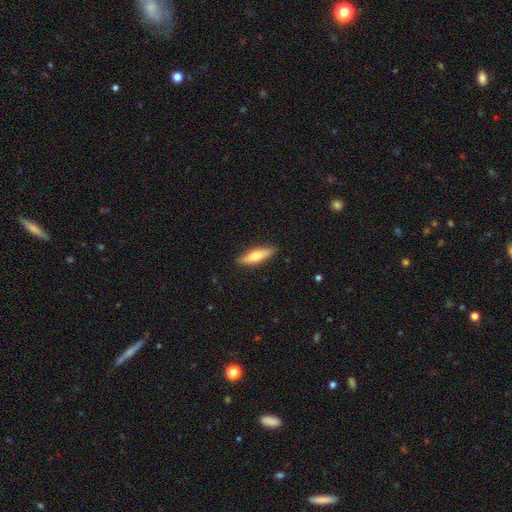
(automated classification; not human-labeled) smooth_or_featured: smooth (p=0.58) [alt: featured or disk p=0.36]
how_rounded: cigar-shaped (p=0.63) [alt: in between p=0.35]
merging: none (p=0.88) [alt: minor disturbance p=0.09]